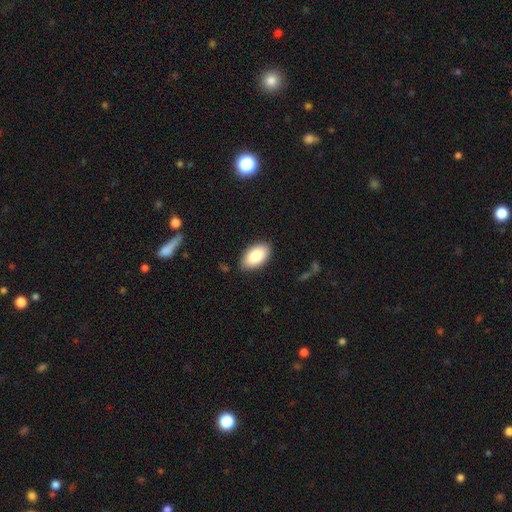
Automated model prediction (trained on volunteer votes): A smooth galaxy with no disk features (84%) that is in between round and cigar-shaped (95%). Merging: none (86%).